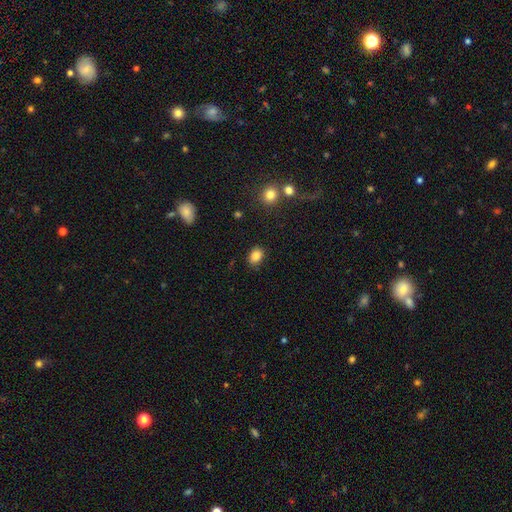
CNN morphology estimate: This is clearly a smooth galaxy (84%). How rounded: likely in between (71%). Merging: clearly none (83%).